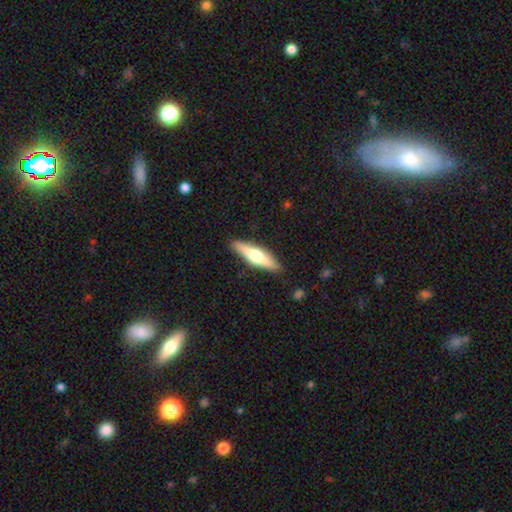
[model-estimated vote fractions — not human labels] Q: Smooth or featured?
A: featured or disk (53%); runner-up: smooth (42%)
Q: Edge-on disk?
A: yes (94%); runner-up: no (6%)
Q: Merging?
A: none (88%); runner-up: minor disturbance (9%)